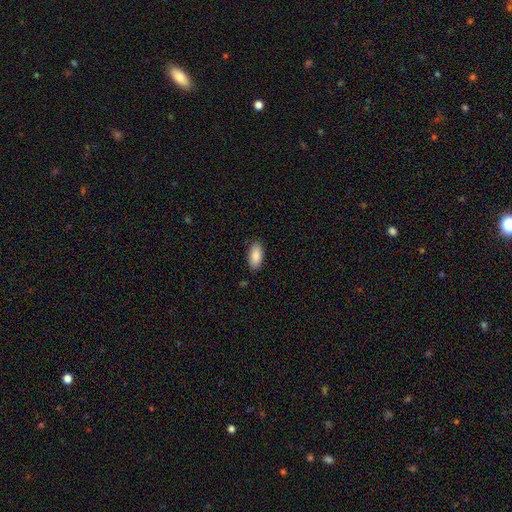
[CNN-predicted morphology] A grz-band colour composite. It shows a smooth galaxy with no disk features (88%) that is in between round and cigar-shaped (92%). Merging: none (87%).